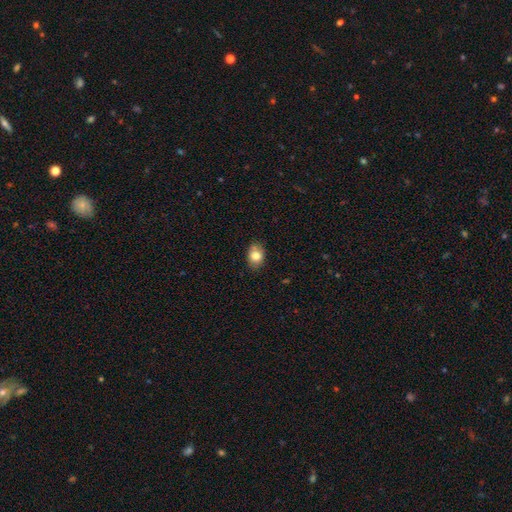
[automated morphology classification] Overall: smooth (81%). How rounded: in between (71%). Merging: none (82%).